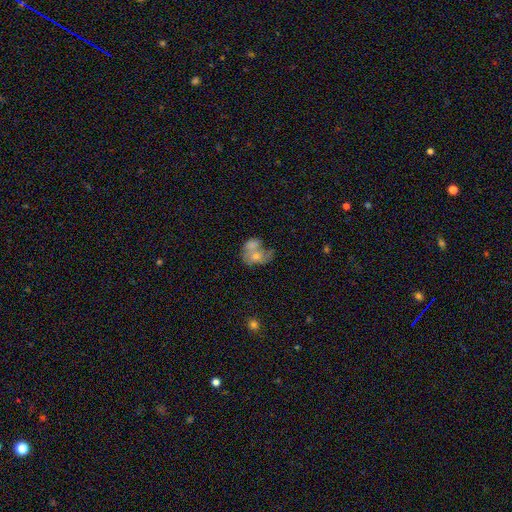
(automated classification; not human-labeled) Smooth or featured: smooth — 52% (featured or disk — 37%)
How rounded: in between — 58% (round — 41%)
Merging: merger — 61% (none — 18%)